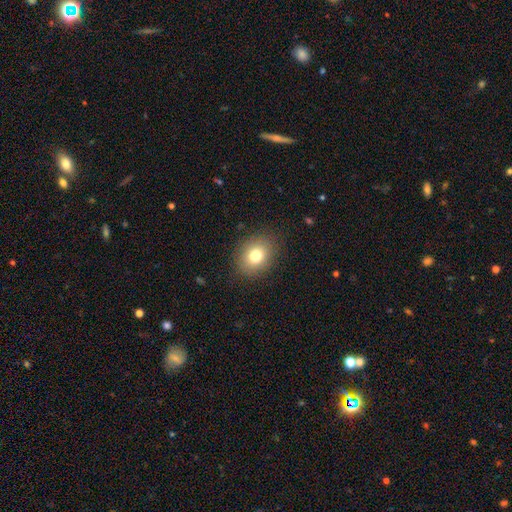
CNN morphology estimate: Smooth or featured?
  - smooth: 79% *
  - star or artifact: 11%
  - featured or disk: 10%
How rounded?
  - in between: 56% *
  - round: 43%
  - cigar-shaped: 1%
Merging?
  - none: 86% *
  - minor disturbance: 10%
  - major disturbance: 3%
  - merger: 1%